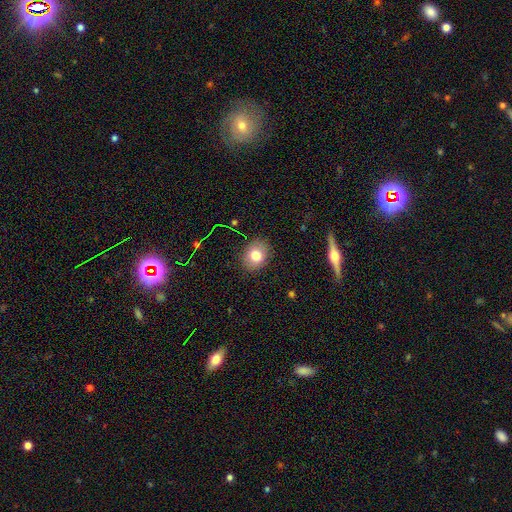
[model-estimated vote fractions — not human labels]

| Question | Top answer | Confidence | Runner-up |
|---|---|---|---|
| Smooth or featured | smooth | 79% | star or artifact (11%) |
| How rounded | round | 51% | in between (48%) |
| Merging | none | 86% | minor disturbance (10%) |